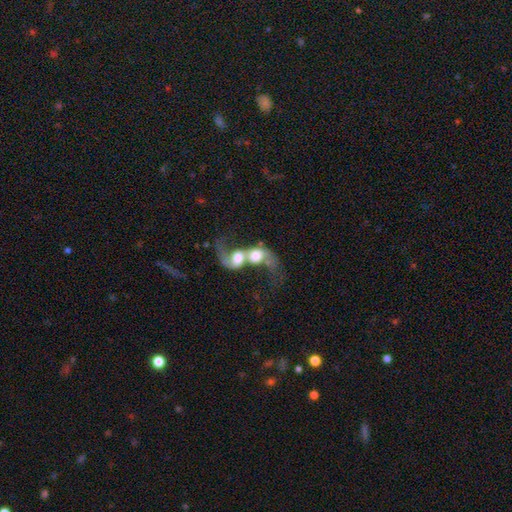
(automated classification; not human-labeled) Overall: featured or disk (52%; smooth 39%). Edge-on disk: no (96%). Bar: no (73%). Spiral arms: yes (66%; no 34%). Bulge size: large (43%; moderate 32%). Merging: merger (86%).